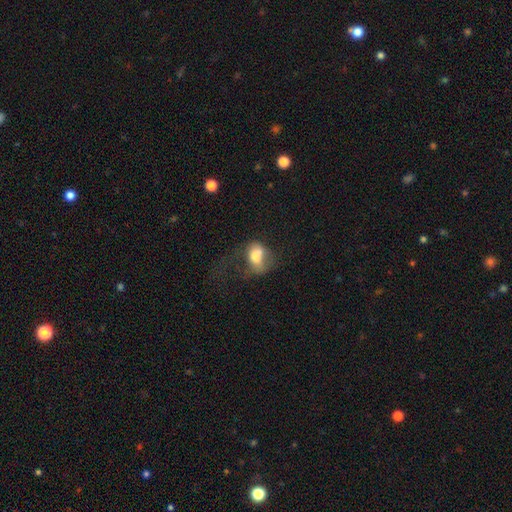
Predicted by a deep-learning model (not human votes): This is likely a smooth galaxy (65%). How rounded: likely in between (67%). Merging: marginally major disturbance (36%).